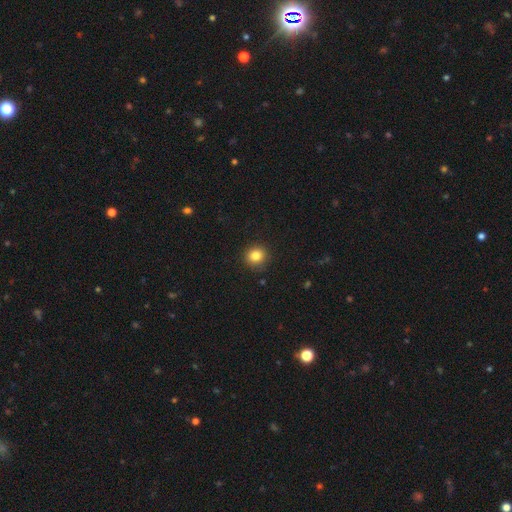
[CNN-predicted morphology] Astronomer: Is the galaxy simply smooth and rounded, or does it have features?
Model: smooth — 83%.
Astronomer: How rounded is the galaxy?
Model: round — 91%.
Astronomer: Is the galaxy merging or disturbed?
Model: none — 90%.